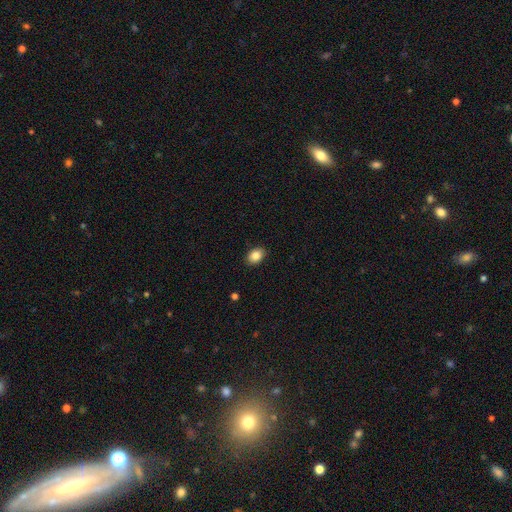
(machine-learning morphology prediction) This appears to be a smooth galaxy with no disk features (86%) that is in between round and cigar-shaped (76%). Merging: none (89%).